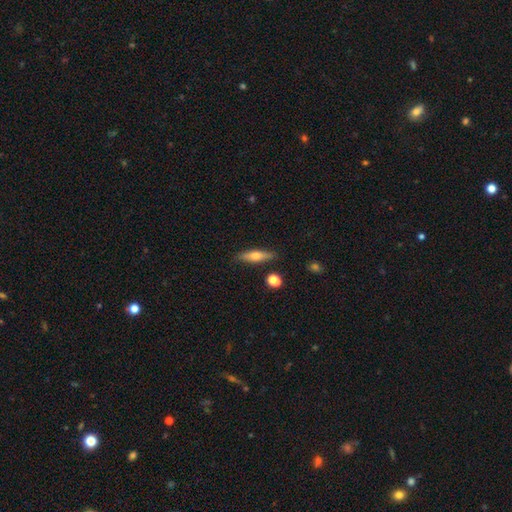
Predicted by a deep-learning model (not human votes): Q: Smooth or featured?
A: smooth (57%); runner-up: featured or disk (36%)
Q: How rounded?
A: cigar-shaped (68%); runner-up: in between (29%)
Q: Merging?
A: none (84%); runner-up: minor disturbance (10%)